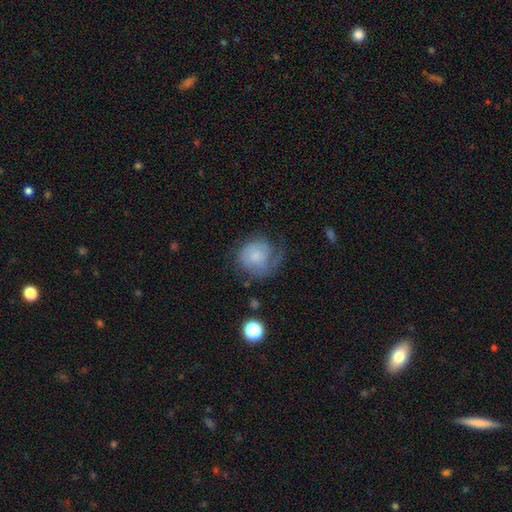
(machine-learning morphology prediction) A smooth galaxy with no disk features (49%). Merging: none (44%).